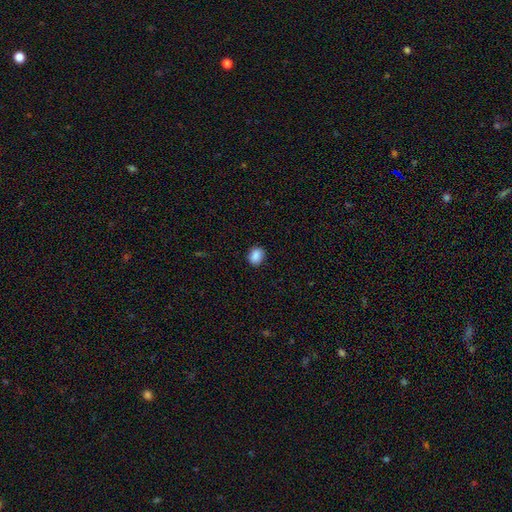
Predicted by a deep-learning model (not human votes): This appears to be a smooth galaxy with no disk features (88%) that is round (53%). Merging: none (87%).